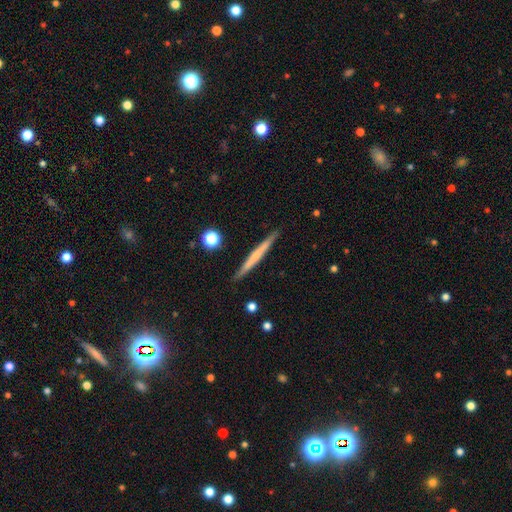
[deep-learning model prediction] Smooth or featured: featured or disk — 49% (smooth — 46%)
Merging: none — 90% (minor disturbance — 7%)